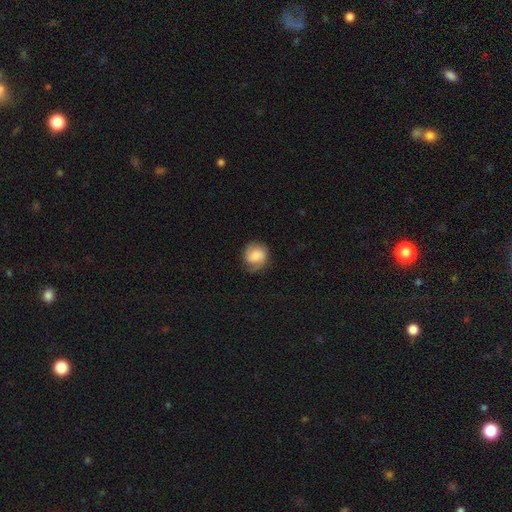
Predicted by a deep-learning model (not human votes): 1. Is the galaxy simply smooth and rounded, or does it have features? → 51% smooth, 40% featured or disk, 8% star or artifact.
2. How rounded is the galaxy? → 75% round, 24% in between, 1% cigar-shaped.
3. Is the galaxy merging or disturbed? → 64% none, 24% minor disturbance, 11% major disturbance, 1% merger.